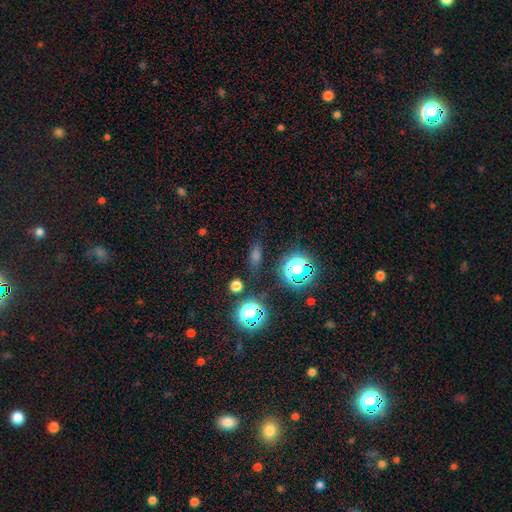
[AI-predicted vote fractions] smooth_or_featured: smooth (p=0.51) [alt: star or artifact p=0.37]
how_rounded: in between (p=0.50) [alt: round p=0.30]
merging: none (p=0.79) [alt: minor disturbance p=0.13]